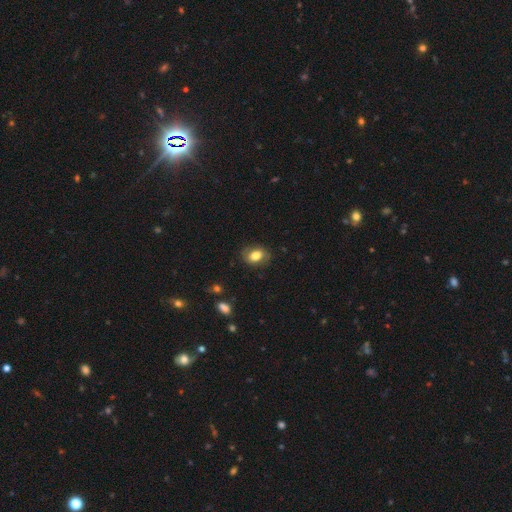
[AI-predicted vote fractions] This appears to be a smooth galaxy with no disk features (74%) that is in between round and cigar-shaped (71%). Merging: none (79%).